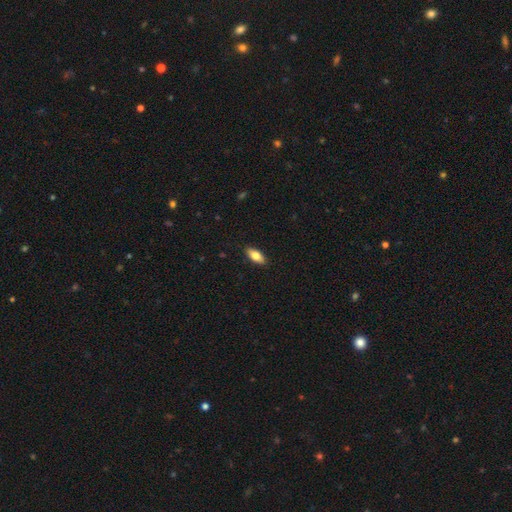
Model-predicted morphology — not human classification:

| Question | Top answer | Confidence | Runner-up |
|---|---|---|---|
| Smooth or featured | smooth | 76% | featured or disk (18%) |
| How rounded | in between | 84% | cigar-shaped (13%) |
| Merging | none | 90% | minor disturbance (8%) |